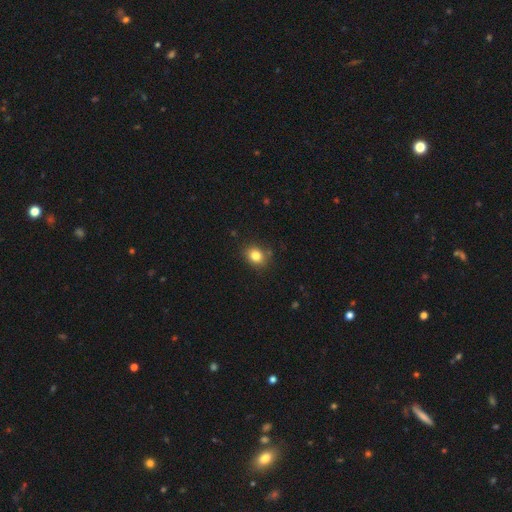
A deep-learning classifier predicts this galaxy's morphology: Smooth or featured? smooth (82%)
How rounded? round (57%)
Merging? none (84%)